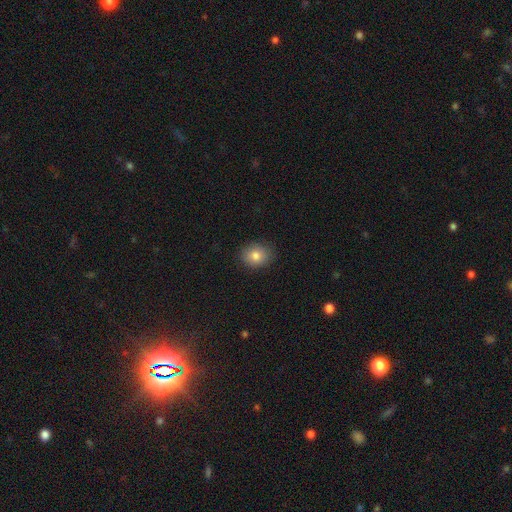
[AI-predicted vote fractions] Smooth or featured?
  - smooth: 81% *
  - star or artifact: 10%
  - featured or disk: 9%
How rounded?
  - round: 60% *
  - in between: 39%
  - cigar-shaped: 1%
Merging?
  - none: 87% *
  - minor disturbance: 10%
  - major disturbance: 2%
  - merger: 1%